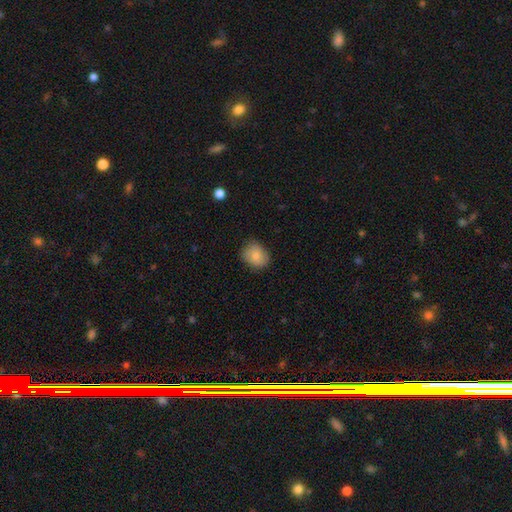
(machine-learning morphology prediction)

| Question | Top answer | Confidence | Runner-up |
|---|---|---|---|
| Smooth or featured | smooth | 82% | featured or disk (10%) |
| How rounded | round | 59% | in between (40%) |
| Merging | none | 77% | minor disturbance (18%) |